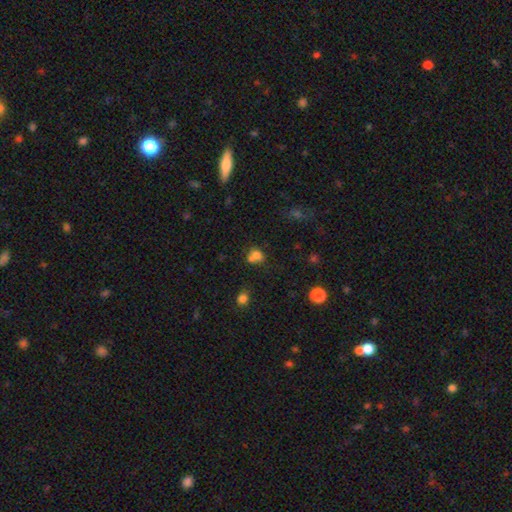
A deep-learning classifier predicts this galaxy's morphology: A smooth galaxy with no disk features (72%) that is round (62%). Merging: merger (50%).